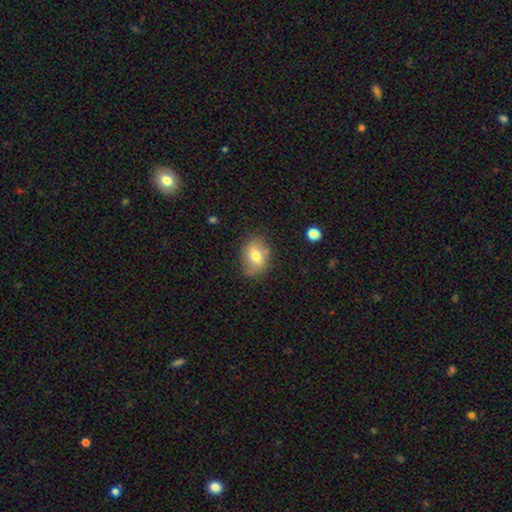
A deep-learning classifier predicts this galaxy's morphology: A smooth galaxy with no disk features (68%) that is in between round and cigar-shaped (66%). Merging: none (68%).